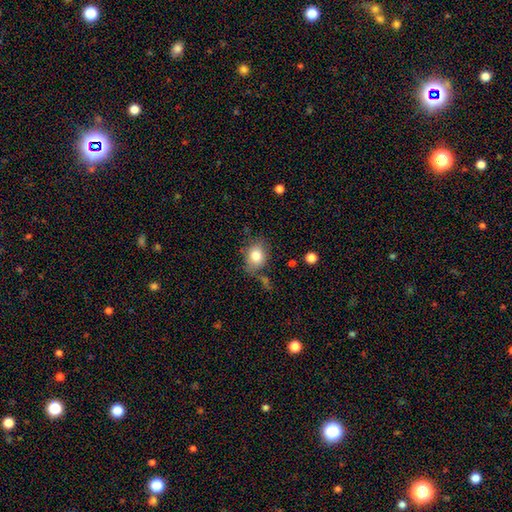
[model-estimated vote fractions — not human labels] This appears to be a smooth galaxy with no disk features (79%) that is in between round and cigar-shaped (60%). Merging: none (65%).